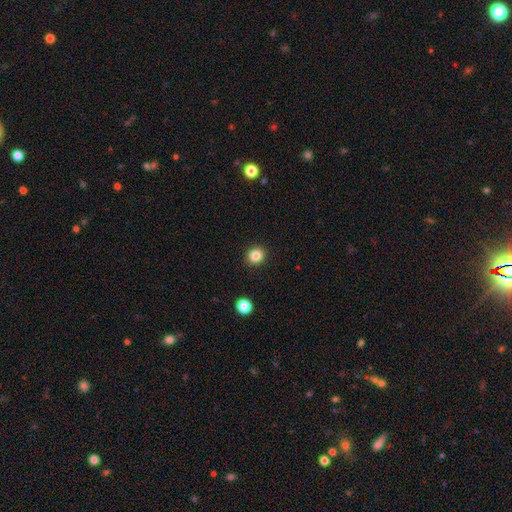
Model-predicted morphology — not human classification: smooth_or_featured: smooth (p=0.84) [alt: star or artifact p=0.11]
how_rounded: round (p=0.79) [alt: in between p=0.20]
merging: none (p=0.92) [alt: minor disturbance p=0.05]